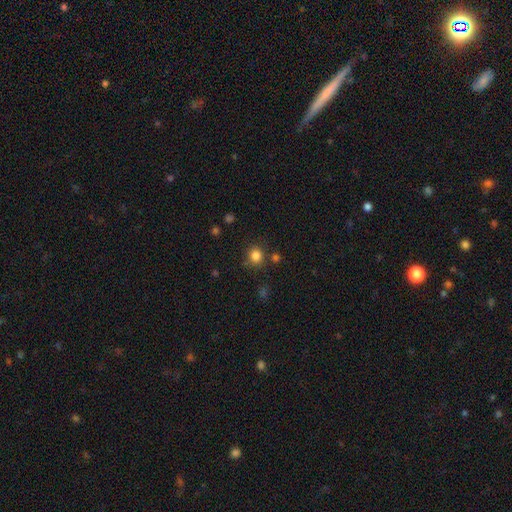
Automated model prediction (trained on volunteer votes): This is clearly a smooth galaxy (83%). How rounded: clearly round (83%). Merging: clearly none (81%).